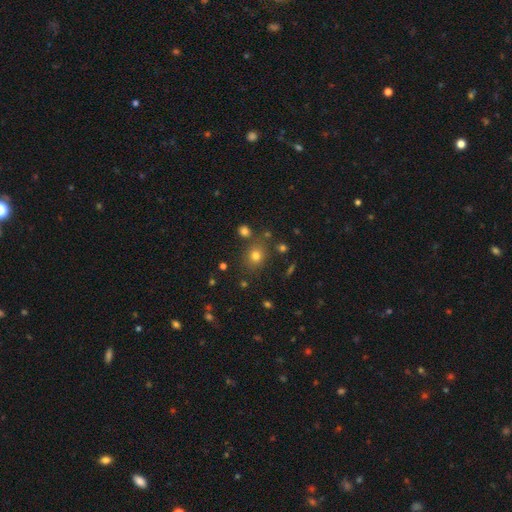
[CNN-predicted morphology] Smooth or featured? Predicted: smooth (p=0.75). How rounded? Predicted: round (p=0.70). Merging? Predicted: none (p=0.78).